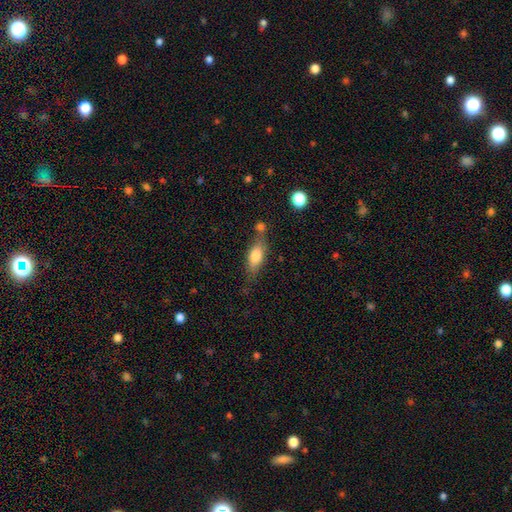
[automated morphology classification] A smooth galaxy with no disk features (73%) that is in between round and cigar-shaped (71%).

Vote fractions:
- Smooth or featured? smooth: 73% / featured or disk: 20% / star or artifact: 7%
- How rounded? in between: 71% / cigar-shaped: 25% / round: 4%
- Merging? none: 57% / minor disturbance: 20% / merger: 17% / major disturbance: 6%